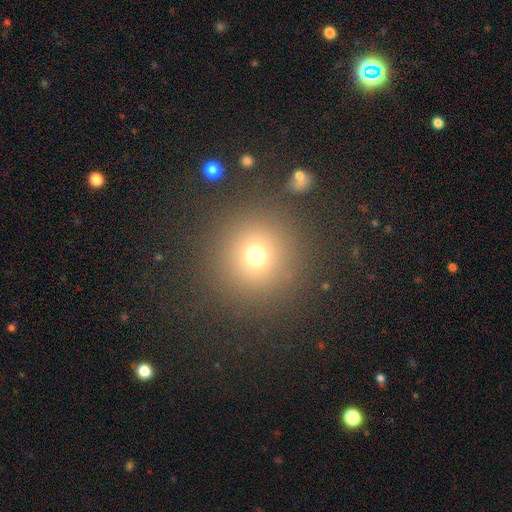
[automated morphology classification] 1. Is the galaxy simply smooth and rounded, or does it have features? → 71% smooth, 20% star or artifact, 9% featured or disk.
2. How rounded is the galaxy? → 94% round, 5% in between, 1% cigar-shaped.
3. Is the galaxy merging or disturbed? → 86% none, 7% minor disturbance, 4% major disturbance, 3% merger.